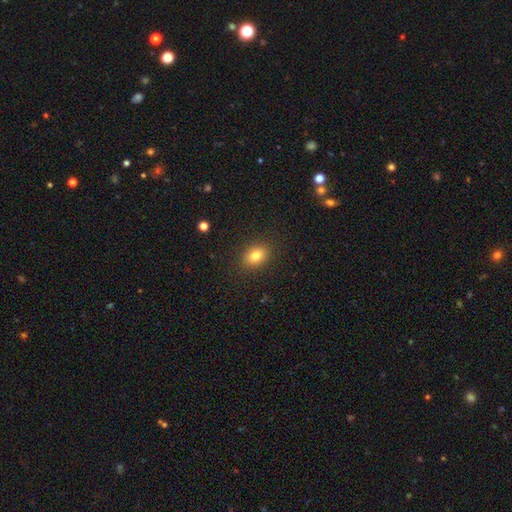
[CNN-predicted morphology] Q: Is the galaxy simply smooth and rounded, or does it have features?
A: smooth — 80%.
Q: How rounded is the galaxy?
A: in between — 60%.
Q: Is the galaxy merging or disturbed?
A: none — 88%.